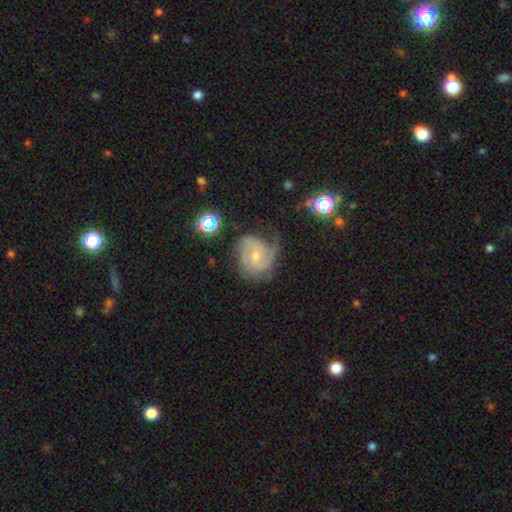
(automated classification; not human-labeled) This appears to be a featured or disk galaxy (75%) with no bar (60%), 2 (37%) medium (42%) spiral arms (92%) and a small central bulge (60%). Merging: none (45%).